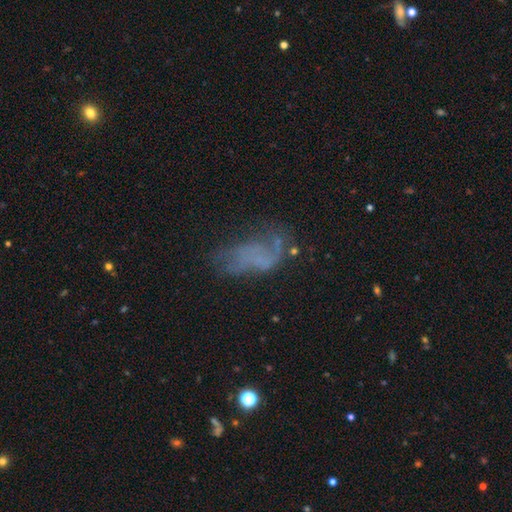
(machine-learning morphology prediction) The model was most divided on "merging": none: 39%, major disturbance: 33%, minor disturbance: 23%, merger: 5%. Remaining: smooth or featured — featured or disk (47%).